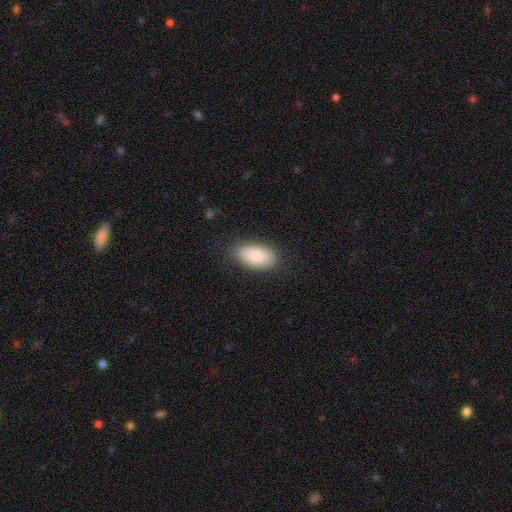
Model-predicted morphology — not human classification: smooth_or_featured: smooth (p=0.84) [alt: featured or disk p=0.09]
how_rounded: in between (p=0.94) [alt: round p=0.04]
merging: none (p=0.83) [alt: minor disturbance p=0.13]